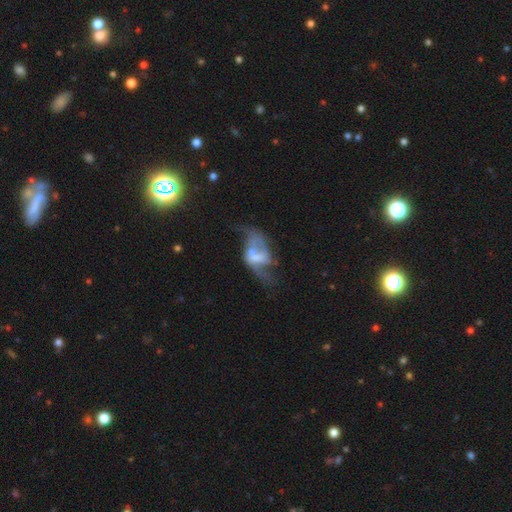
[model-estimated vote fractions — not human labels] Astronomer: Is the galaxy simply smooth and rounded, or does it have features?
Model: featured or disk — 69%.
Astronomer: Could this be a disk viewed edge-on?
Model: no — 96%.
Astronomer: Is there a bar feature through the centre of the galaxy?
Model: no — 53% (runner-up: weak, 35%).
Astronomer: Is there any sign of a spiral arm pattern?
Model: yes — 68%.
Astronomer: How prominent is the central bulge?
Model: small — 32% (runner-up: moderate, 28%).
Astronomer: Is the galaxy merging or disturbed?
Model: major disturbance — 33% (runner-up: merger, 27%).